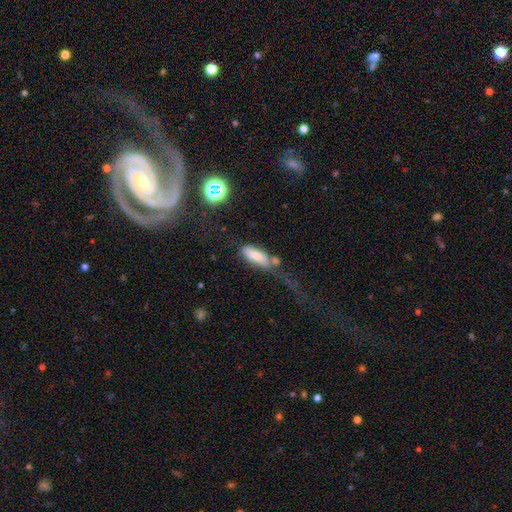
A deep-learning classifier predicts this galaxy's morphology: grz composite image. It shows a smooth galaxy with no disk features (77%) that is in between round and cigar-shaped (74%). Merging: none (32%).